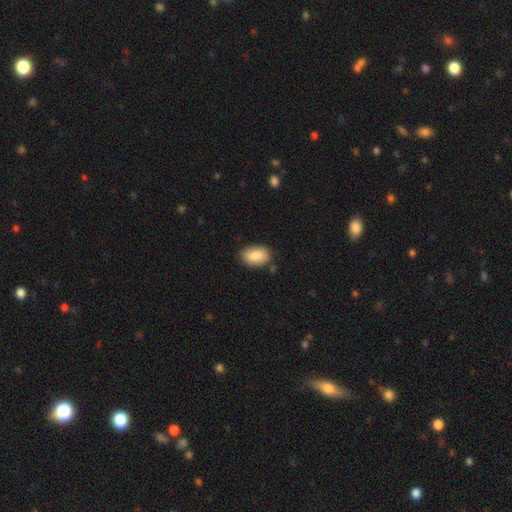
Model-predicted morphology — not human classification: The model was most divided on "merging": none: 83%, minor disturbance: 13%, major disturbance: 2%, merger: 2%. More confident: how rounded — in between (90%); smooth or featured — smooth (86%).